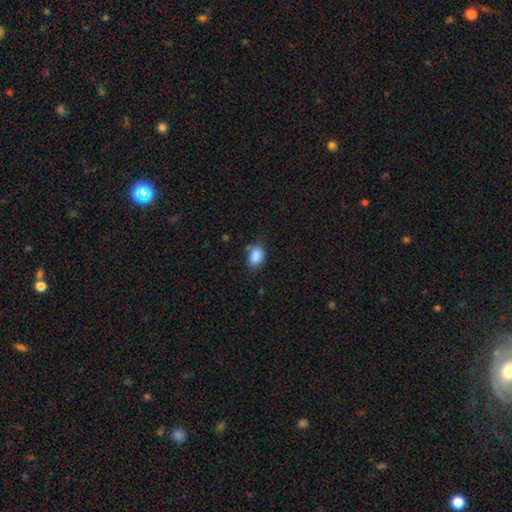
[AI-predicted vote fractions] smooth 88%, star or artifact 8%, featured or disk 4%. Down the decision tree: how rounded — in between (80%); merging — none (71%).